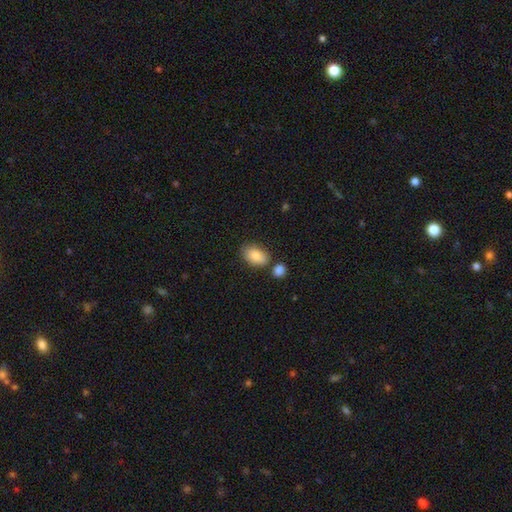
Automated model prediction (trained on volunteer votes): The model was most divided on "merging": none: 67%, minor disturbance: 16%, merger: 13%, major disturbance: 4%. More confident: how rounded — in between (90%); smooth or featured — smooth (83%).